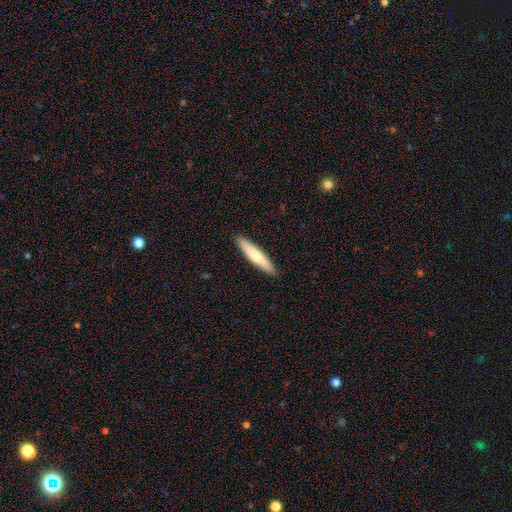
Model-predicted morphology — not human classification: smooth-or-featured: smooth: 65% | featured or disk: 30% | star or artifact: 5%
  how-rounded: cigar-shaped: 88% | in between: 10% | round: 1%
  merging: none: 91% | minor disturbance: 7% | major disturbance: 1% | merger: 1%